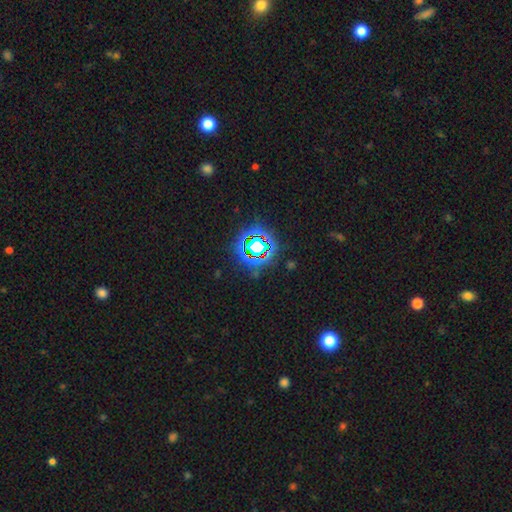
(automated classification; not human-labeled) A star or artifact, not a galaxy (79%).